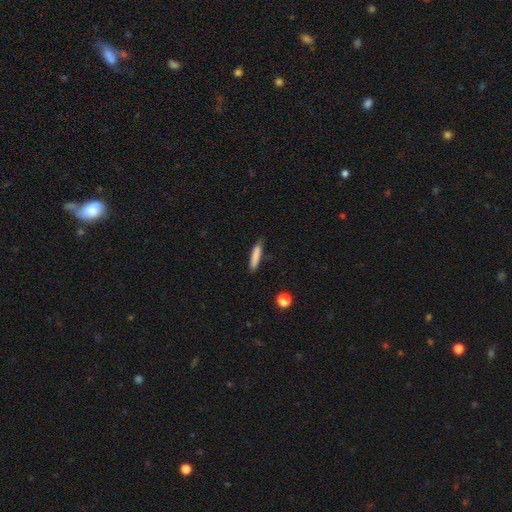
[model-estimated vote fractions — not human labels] Smooth or featured? Predicted: smooth (p=0.80). How rounded? Predicted: cigar-shaped (p=0.89). Merging? Predicted: none (p=0.77).